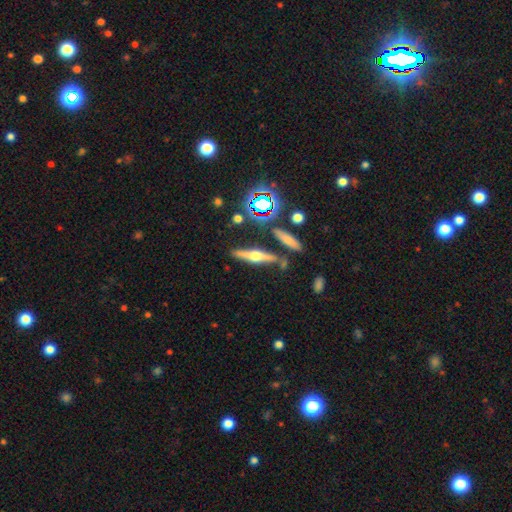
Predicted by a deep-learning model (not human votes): smooth-or-featured: featured or disk: 65% | smooth: 24% | star or artifact: 11%
  disk-edge-on: yes: 95% | no: 5%
    edge-on-bulge: rounded: 95% | boxy: 3% | none: 2%
  merging: none: 80% | minor disturbance: 10% | merger: 7% | major disturbance: 3%